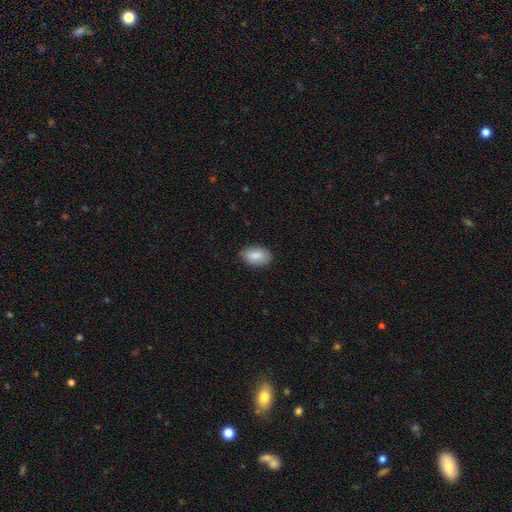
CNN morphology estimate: Smooth or featured: smooth — 87% (featured or disk — 7%)
How rounded: in between — 91% (round — 8%)
Merging: none — 85% (minor disturbance — 12%)